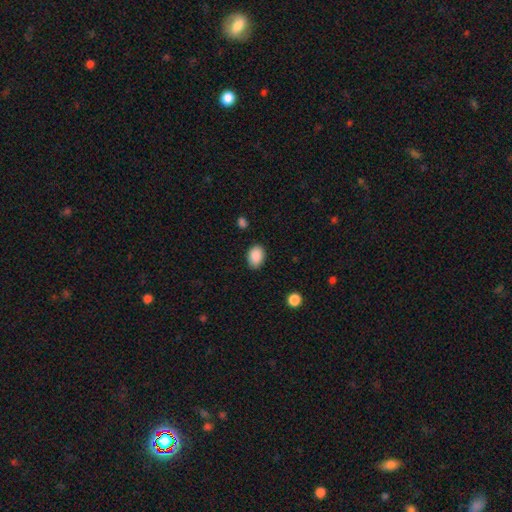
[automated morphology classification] Smooth or featured?
  - smooth: 89% *
  - star or artifact: 7%
  - featured or disk: 3%
How rounded?
  - in between: 80% *
  - round: 19%
  - cigar-shaped: 1%
Merging?
  - none: 86% *
  - minor disturbance: 10%
  - major disturbance: 2%
  - merger: 1%